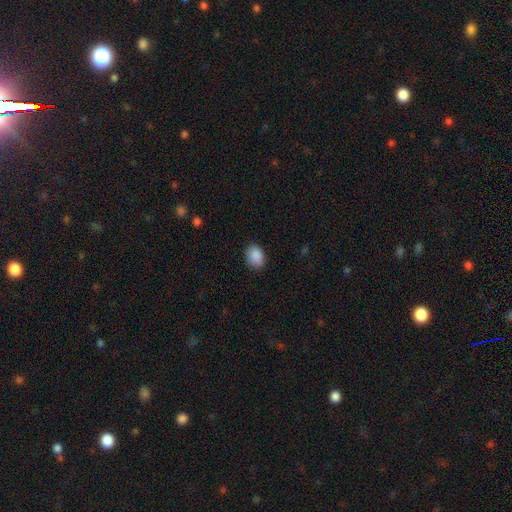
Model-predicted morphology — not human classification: Q: Smooth or featured?
A: smooth (89%); runner-up: star or artifact (8%)
Q: How rounded?
A: in between (70%); runner-up: round (29%)
Q: Merging?
A: none (82%); runner-up: minor disturbance (14%)